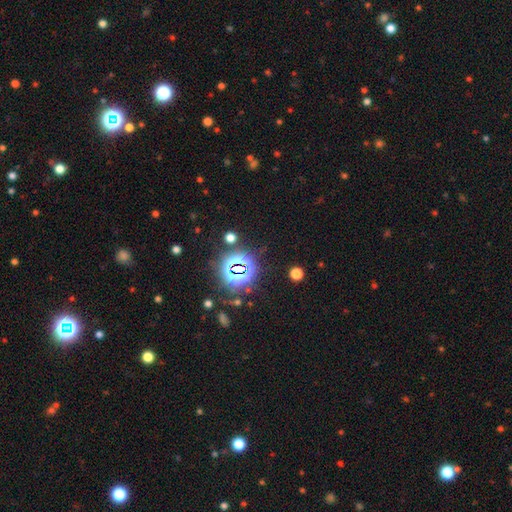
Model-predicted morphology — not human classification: type=star or artifact (83%).